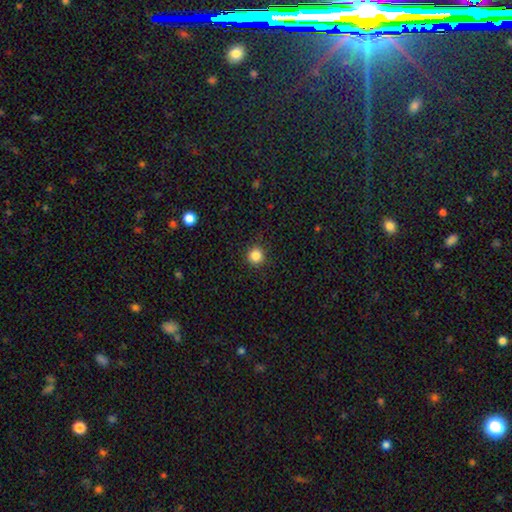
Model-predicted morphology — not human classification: smooth_or_featured: smooth (p=0.84) [alt: star or artifact p=0.11]
how_rounded: round (p=0.94) [alt: in between p=0.05]
merging: none (p=0.91) [alt: minor disturbance p=0.06]